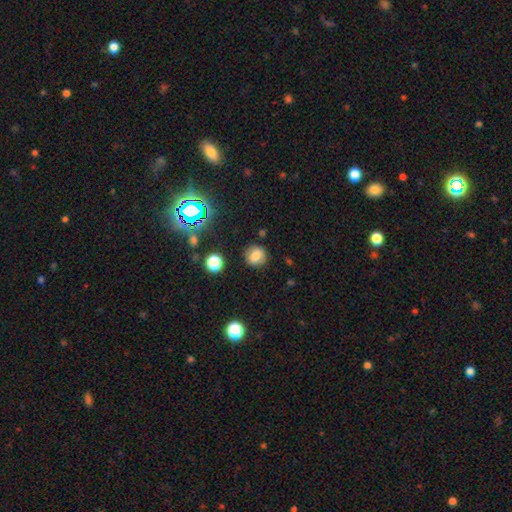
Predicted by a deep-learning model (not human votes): This is likely a smooth galaxy (76%). How rounded: clearly round (82%). Merging: clearly none (86%).